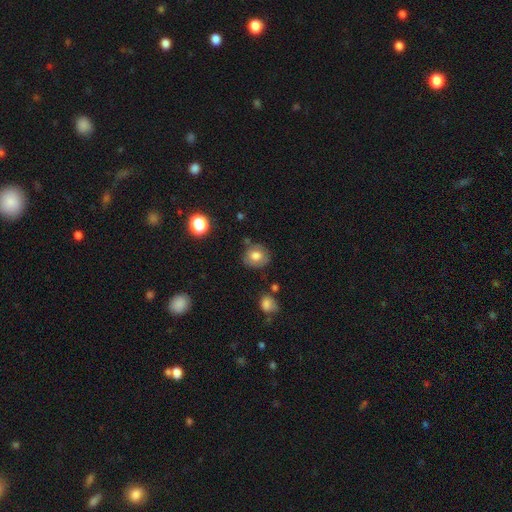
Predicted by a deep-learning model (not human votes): Overall: smooth (71%). How rounded: round (71%). Merging: none (73%).